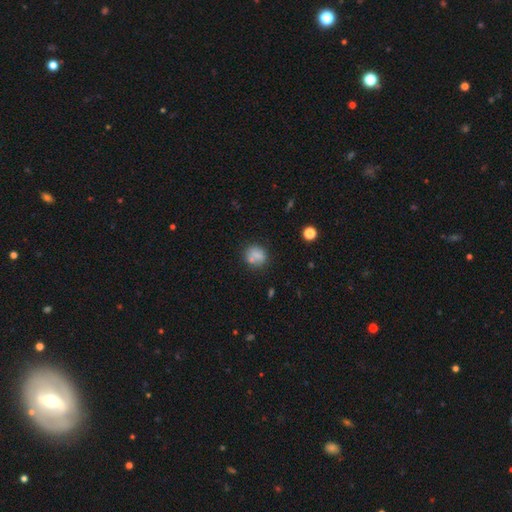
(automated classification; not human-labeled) This appears to be a smooth galaxy with no disk features (76%) that is round (72%). Merging: none (62%).